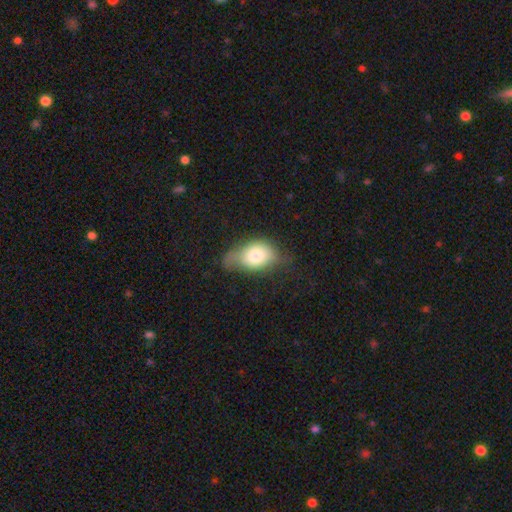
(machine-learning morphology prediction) type=smooth (69%); roundness=in between (79%); merging=minor disturbance (40%).